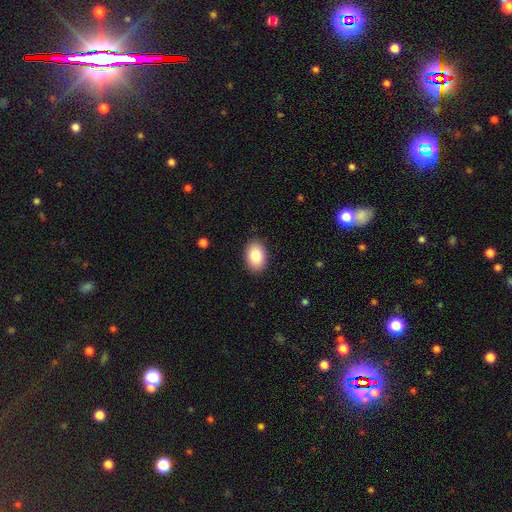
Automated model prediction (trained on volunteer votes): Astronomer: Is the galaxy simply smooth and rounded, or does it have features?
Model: smooth — 85%.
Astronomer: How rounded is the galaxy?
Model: in between — 85%.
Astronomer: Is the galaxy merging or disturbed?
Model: none — 88%.